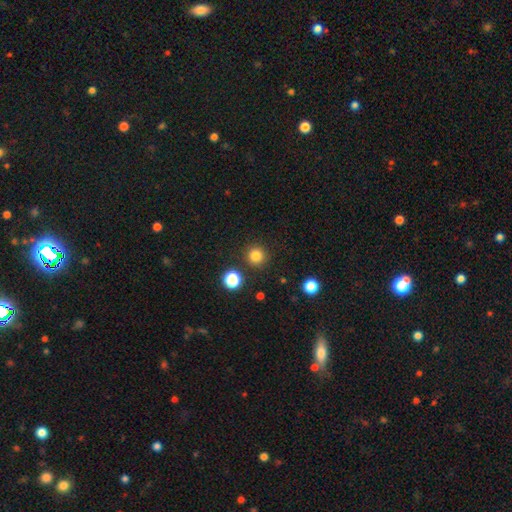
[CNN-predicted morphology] A smooth galaxy with no disk features (82%) that is round (95%). Merging: none (90%).